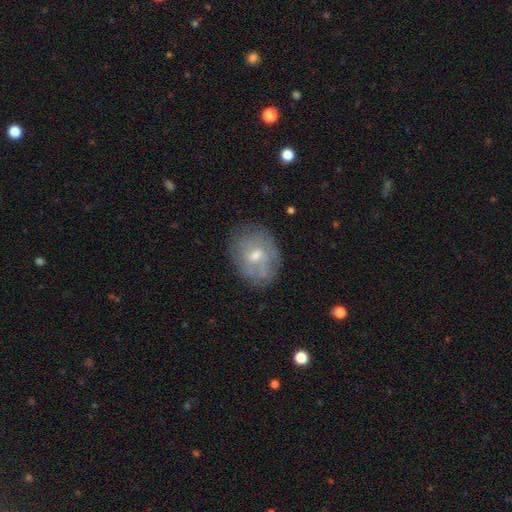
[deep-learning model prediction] featured or disk 52%, smooth 39%, star or artifact 9%. Down the decision tree: edge-on disk — no (95%); merging — none (72%).